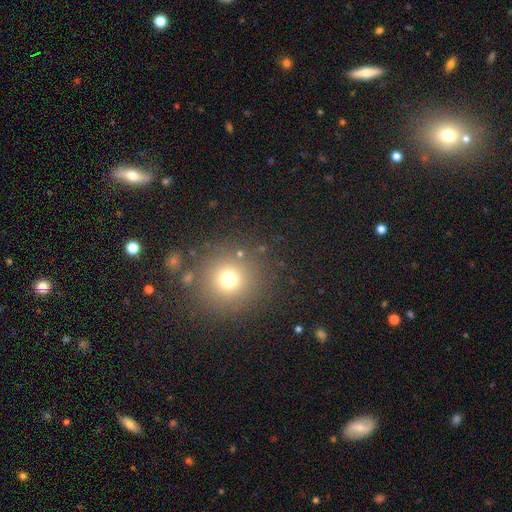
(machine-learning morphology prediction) smooth 63%, star or artifact 28%, featured or disk 9%. Down the decision tree: how rounded — round (94%); merging — none (86%).